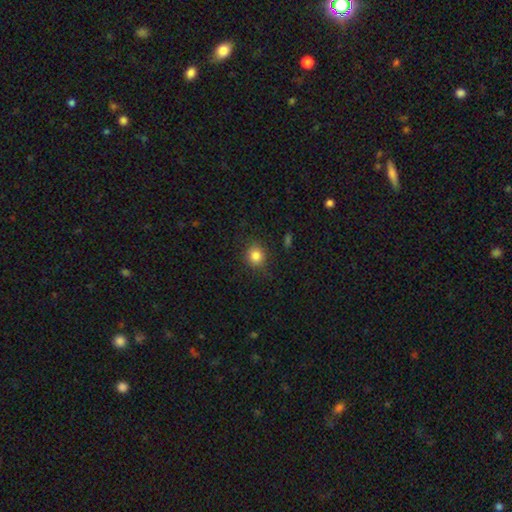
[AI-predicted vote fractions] Morphology: type=smooth (84%); roundness=round (82%); merging=none (83%).